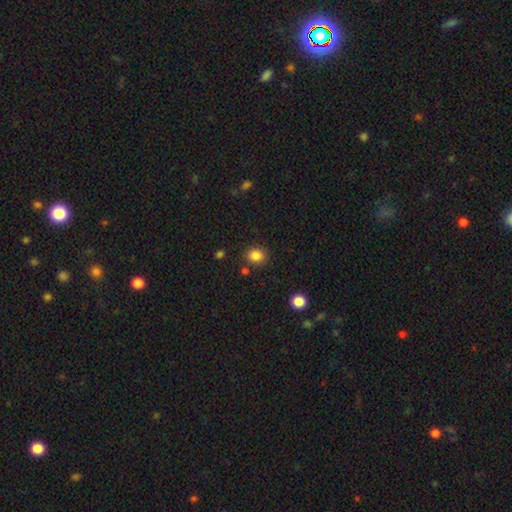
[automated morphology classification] type=smooth (85%); roundness=round (73%); merging=none (84%).